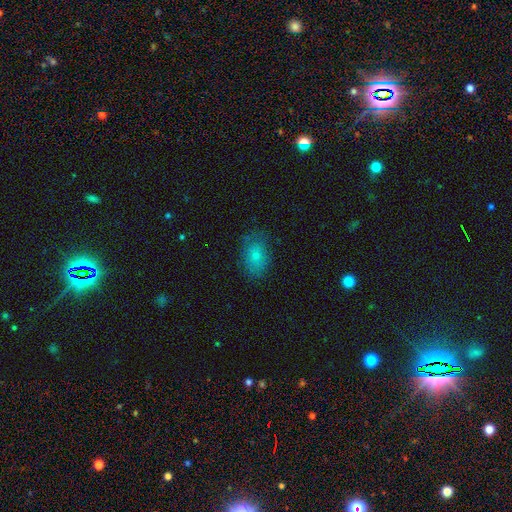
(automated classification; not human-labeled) Smooth or featured: smooth — 68% (featured or disk — 19%)
How rounded: in between — 80% (round — 18%)
Merging: none — 76% (minor disturbance — 17%)